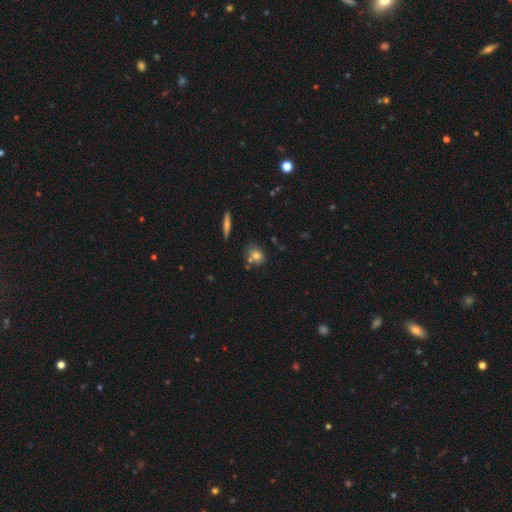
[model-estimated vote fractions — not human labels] Smooth or featured? Predicted: smooth (p=0.75). How rounded? Predicted: round (p=0.58). Merging? Predicted: none (p=0.64).